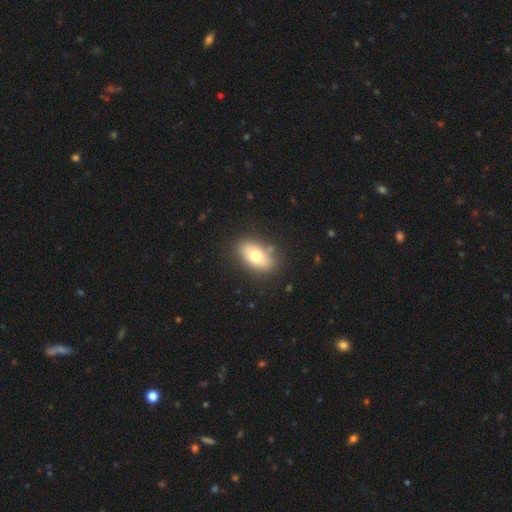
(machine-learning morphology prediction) A smooth galaxy with no disk features (73%) that is in between round and cigar-shaped (90%). Merging: none (82%).